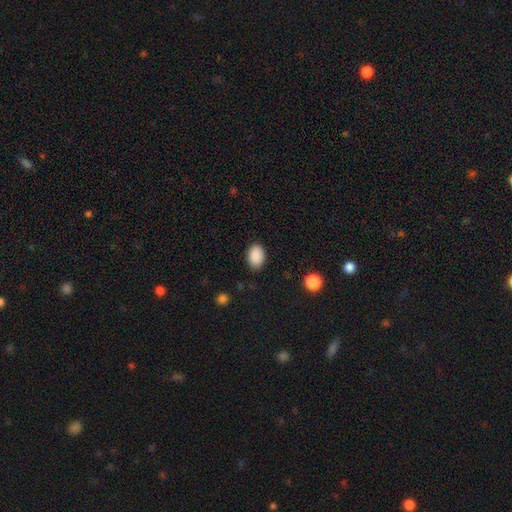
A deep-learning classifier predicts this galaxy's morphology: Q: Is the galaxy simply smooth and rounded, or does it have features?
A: smooth — 89%.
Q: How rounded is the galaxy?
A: in between — 81%.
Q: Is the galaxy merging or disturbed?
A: none — 86%.